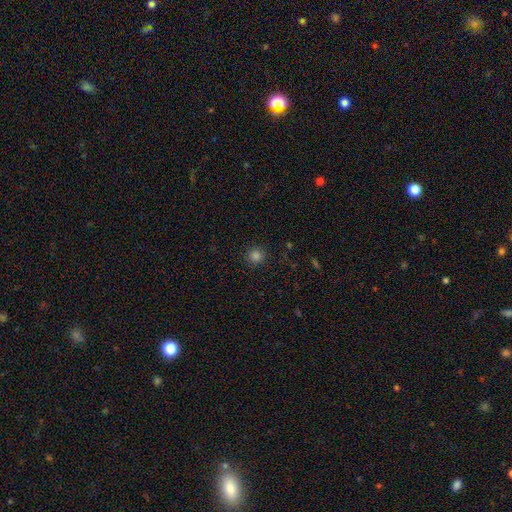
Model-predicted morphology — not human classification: Smooth or featured? smooth (81%)
How rounded? round (94%)
Merging? none (90%)